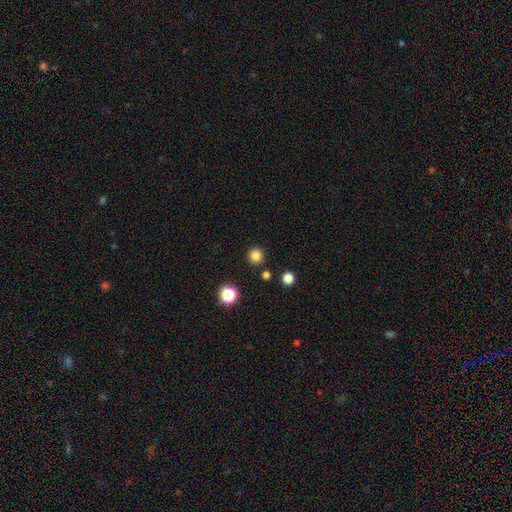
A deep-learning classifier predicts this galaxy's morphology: Smooth or featured: smooth — 83% (star or artifact — 13%)
How rounded: round — 95% (in between — 4%)
Merging: none — 90% (minor disturbance — 5%)